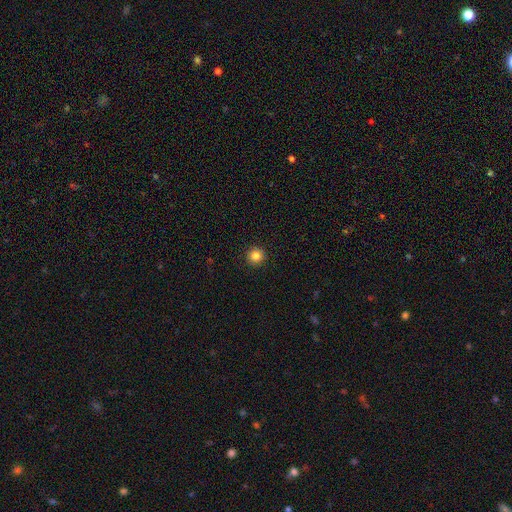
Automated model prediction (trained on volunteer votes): The model was most divided on "smooth or featured": smooth: 84%, star or artifact: 11%, featured or disk: 5%. More confident: how rounded — round (96%); merging — none (93%).